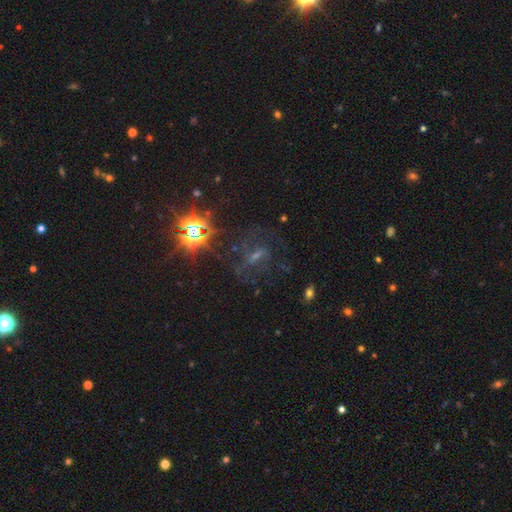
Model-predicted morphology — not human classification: The model was most divided on "smooth or featured": featured or disk: 43%, star or artifact: 41%, smooth: 16%. More confident: merging — none (65%).